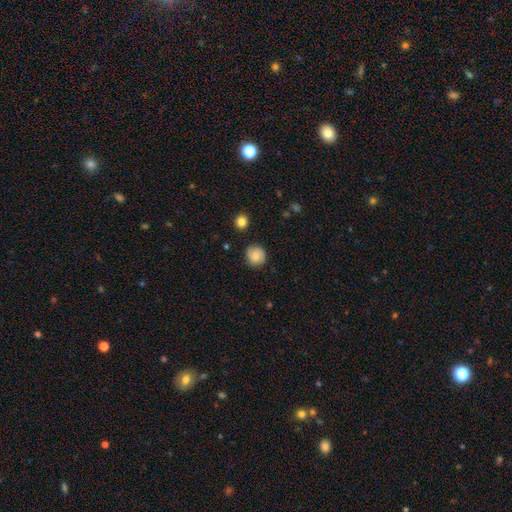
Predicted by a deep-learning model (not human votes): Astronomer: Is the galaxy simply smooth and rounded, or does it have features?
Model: smooth — 71%.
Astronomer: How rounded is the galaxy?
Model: round — 90%.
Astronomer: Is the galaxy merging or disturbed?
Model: none — 82%.